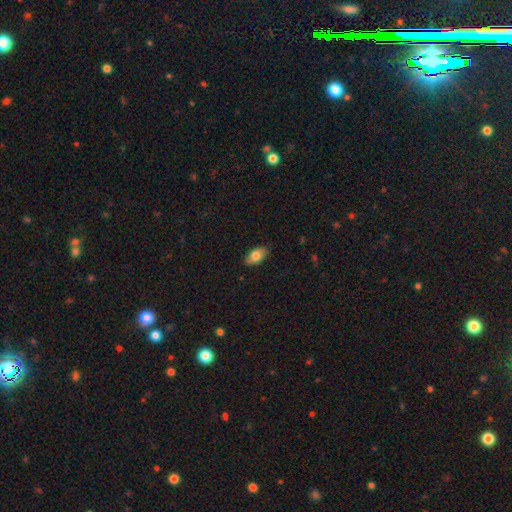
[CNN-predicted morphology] Q: Smooth or featured?
A: smooth (80%); runner-up: featured or disk (13%)
Q: How rounded?
A: in between (93%); runner-up: round (5%)
Q: Merging?
A: none (86%); runner-up: minor disturbance (11%)